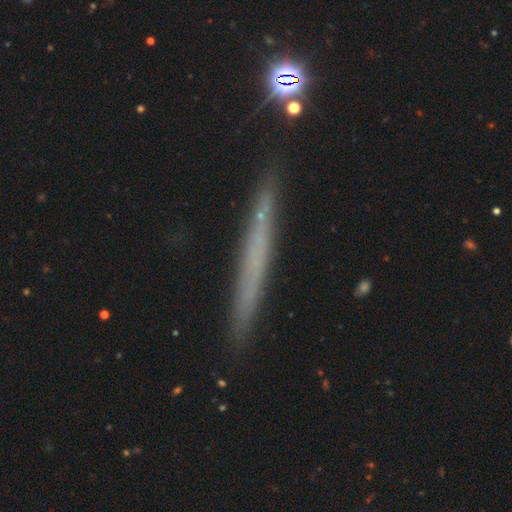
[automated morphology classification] smooth-or-featured: featured or disk: 48% | smooth: 41% | star or artifact: 10%
  merging: none: 88% | minor disturbance: 9% | merger: 2% | major disturbance: 2%